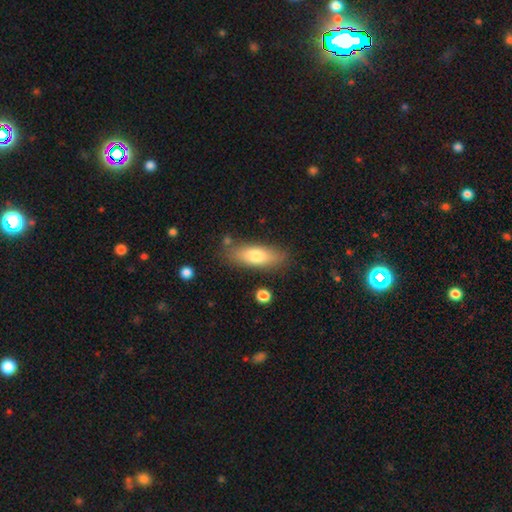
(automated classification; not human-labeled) Smooth or featured? Predicted: smooth (p=0.73). How rounded? Predicted: in between (p=0.62). Merging? Predicted: none (p=0.80).